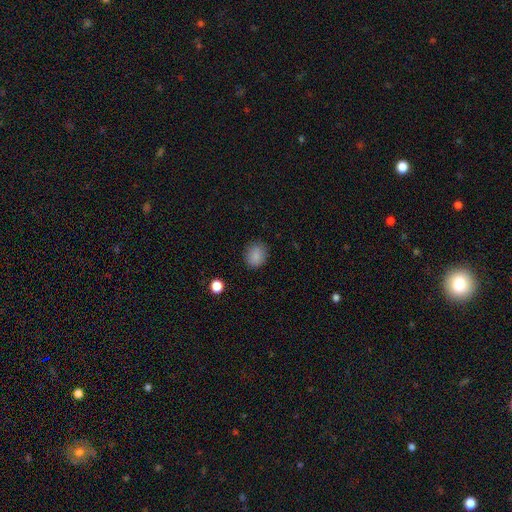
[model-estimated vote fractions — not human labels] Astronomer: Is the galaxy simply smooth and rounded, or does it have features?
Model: smooth — 85%.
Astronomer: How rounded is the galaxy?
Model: round — 69%.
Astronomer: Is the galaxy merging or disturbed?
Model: none — 85%.